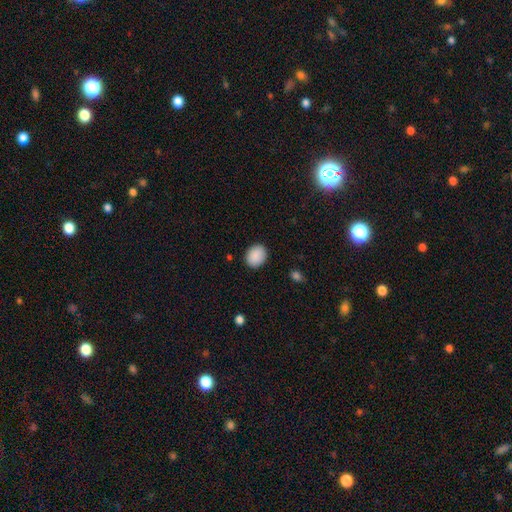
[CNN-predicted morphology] type=smooth (90%); roundness=in between (52%); merging=none (88%).